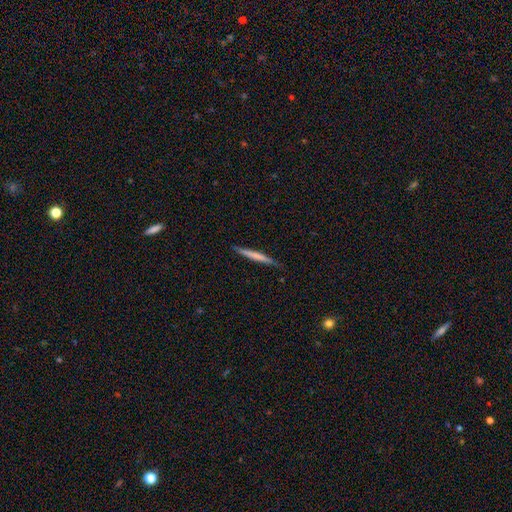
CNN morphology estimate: Smooth or featured: smooth — 58% (featured or disk — 36%)
How rounded: cigar-shaped — 96% (in between — 2%)
Merging: none — 87% (minor disturbance — 10%)